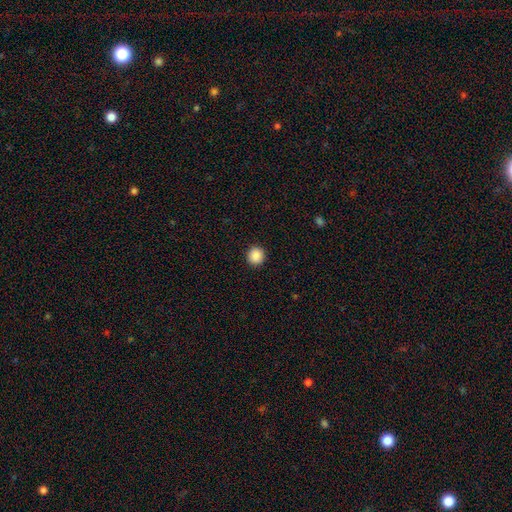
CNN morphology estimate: Smooth or featured: smooth — 89% (star or artifact — 9%)
How rounded: round — 93% (in between — 6%)
Merging: none — 93% (minor disturbance — 4%)